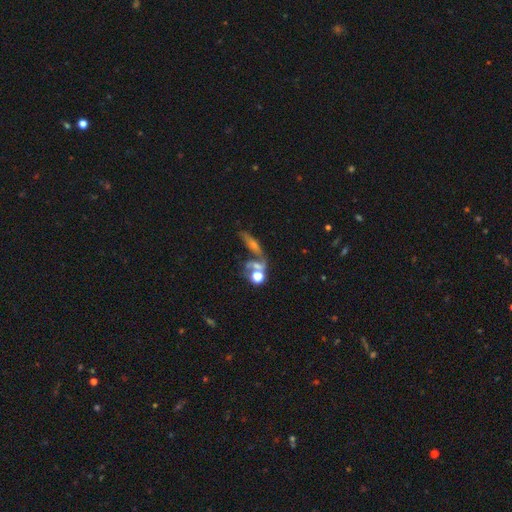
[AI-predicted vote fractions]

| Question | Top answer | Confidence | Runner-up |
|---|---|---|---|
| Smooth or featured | star or artifact | 34% | tied: smooth (34%) |